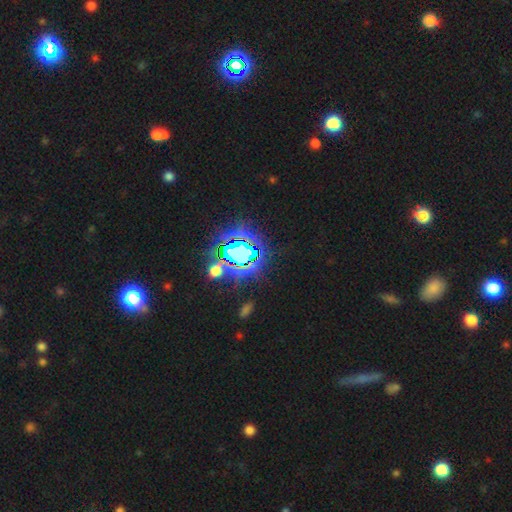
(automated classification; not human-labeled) Smooth or featured: star or artifact — 82% (smooth — 11%)